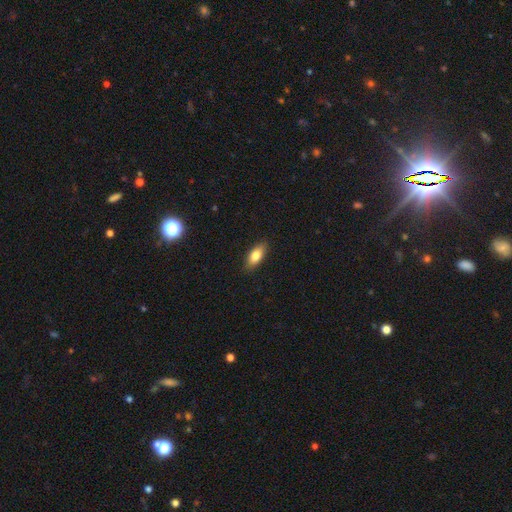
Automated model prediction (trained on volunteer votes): Smooth or featured?
  - smooth: 80% *
  - featured or disk: 13%
  - star or artifact: 7%
How rounded?
  - in between: 82% *
  - cigar-shaped: 14%
  - round: 3%
Merging?
  - none: 87% *
  - minor disturbance: 10%
  - major disturbance: 2%
  - merger: 1%